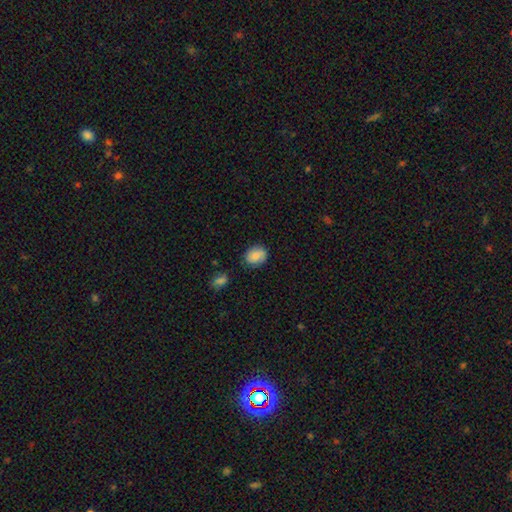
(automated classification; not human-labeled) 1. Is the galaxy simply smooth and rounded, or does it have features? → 75% smooth, 16% featured or disk, 8% star or artifact.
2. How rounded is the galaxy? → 51% in between, 48% round, 1% cigar-shaped.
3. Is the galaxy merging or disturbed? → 72% none, 20% minor disturbance, 5% major disturbance, 3% merger.